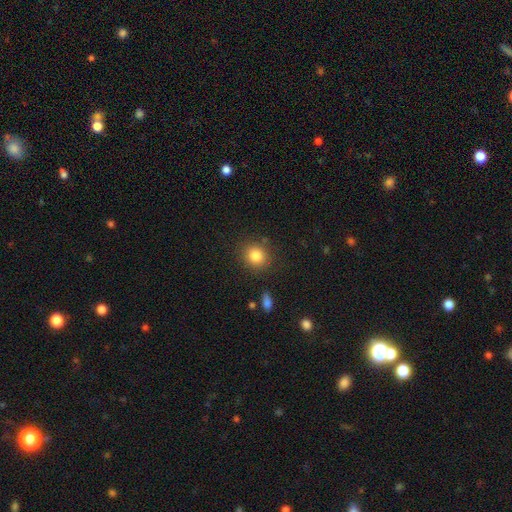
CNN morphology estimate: A smooth galaxy with no disk features (84%) that is round (83%). Merging: none (84%).